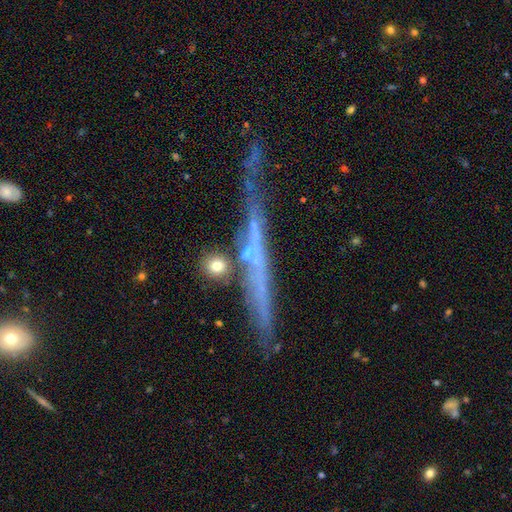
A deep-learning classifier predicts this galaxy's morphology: Smooth or featured: featured or disk — 63% (smooth — 27%)
Edge-on disk: yes — 92% (no — 8%)
Edge-on bulge: none — 83% (rounded — 13%)
Merging: none — 70% (minor disturbance — 18%)